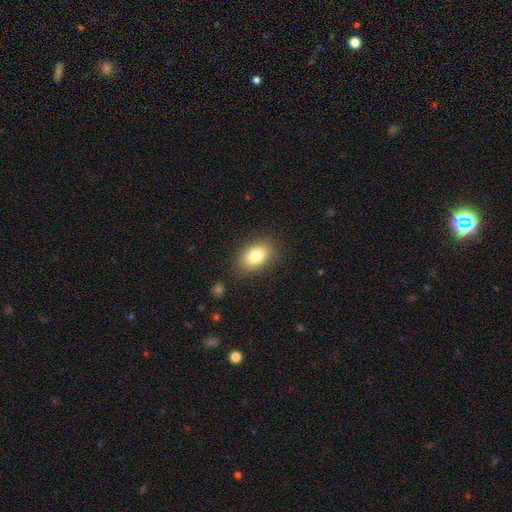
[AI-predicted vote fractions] smooth-or-featured: smooth: 82% | featured or disk: 10% | star or artifact: 8%
  how-rounded: in between: 85% | round: 13% | cigar-shaped: 2%
  merging: none: 83% | minor disturbance: 12% | major disturbance: 3% | merger: 2%